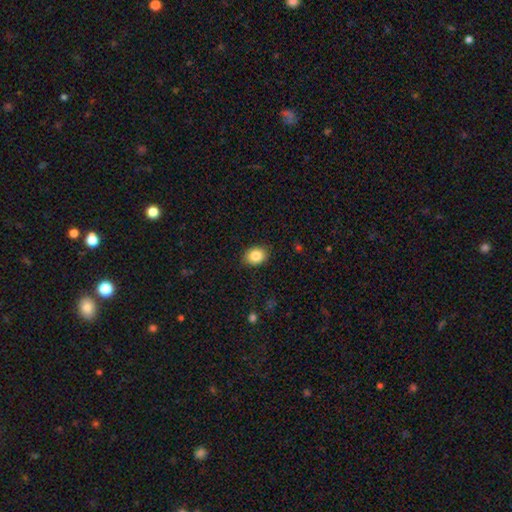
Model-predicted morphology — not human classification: Q: Smooth or featured?
A: smooth (85%); runner-up: star or artifact (8%)
Q: How rounded?
A: in between (60%); runner-up: round (39%)
Q: Merging?
A: none (88%); runner-up: minor disturbance (9%)